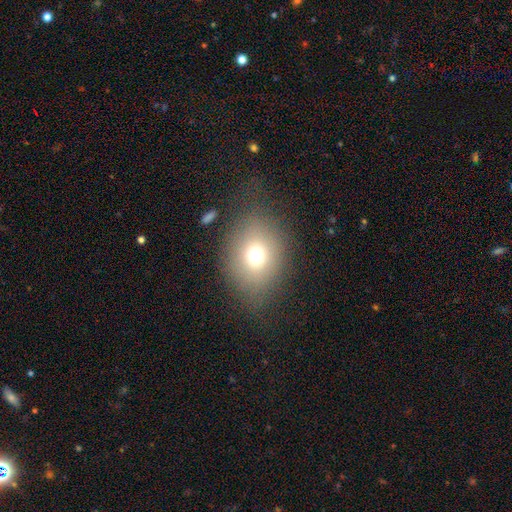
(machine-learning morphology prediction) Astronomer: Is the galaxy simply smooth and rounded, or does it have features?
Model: smooth — 70%.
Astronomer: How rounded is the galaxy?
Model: round — 53% (runner-up: in between, 46%).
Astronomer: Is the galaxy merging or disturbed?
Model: none — 77%.